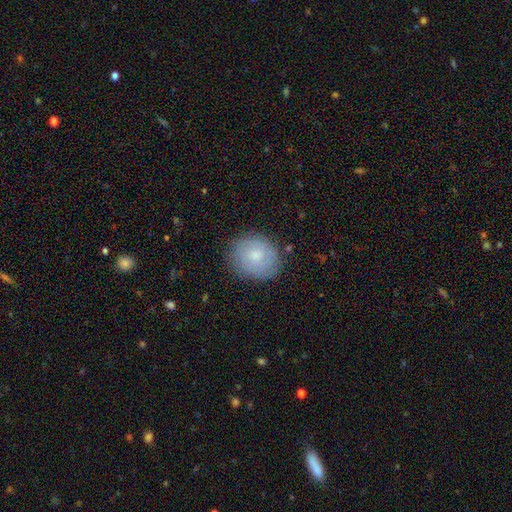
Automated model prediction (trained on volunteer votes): Smooth or featured: smooth — 67% (featured or disk — 25%)
How rounded: round — 66% (in between — 33%)
Merging: none — 80% (minor disturbance — 15%)